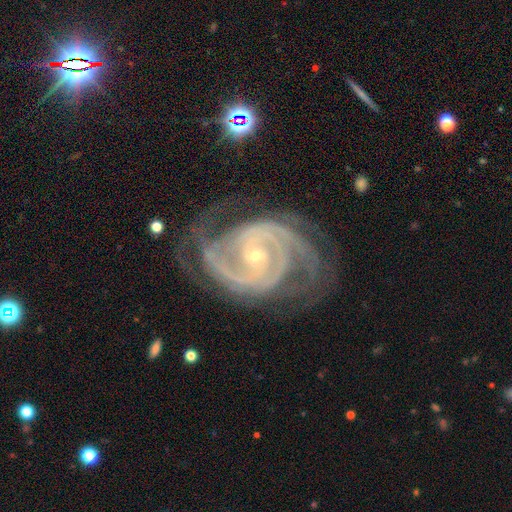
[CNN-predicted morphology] This appears to be a featured or disk galaxy (93%) with no bar (55%), 2 (40%) tight (65%) spiral arms (99%) and a small central bulge (75%). Merging: none (68%).